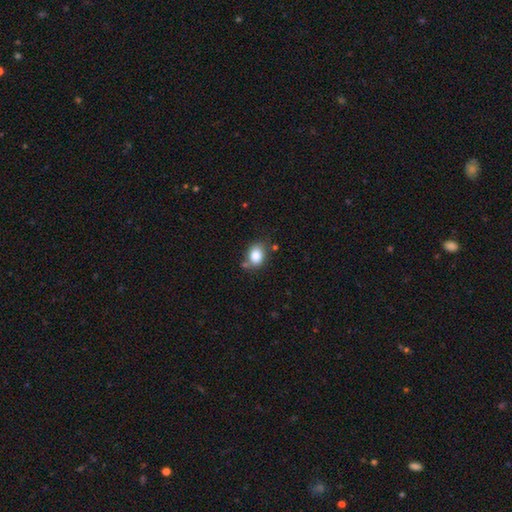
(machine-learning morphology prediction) A smooth galaxy with no disk features (84%) that is in between round and cigar-shaped (60%).

Vote fractions:
- Smooth or featured? smooth: 84% / star or artifact: 9% / featured or disk: 7%
- How rounded? in between: 60% / round: 39% / cigar-shaped: 1%
- Merging? none: 68% / minor disturbance: 18% / merger: 10% / major disturbance: 5%